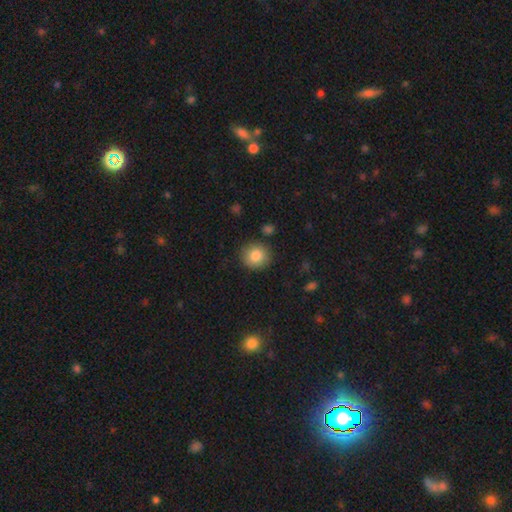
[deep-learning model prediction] A smooth galaxy with no disk features (84%) that is round (88%). Merging: none (87%).